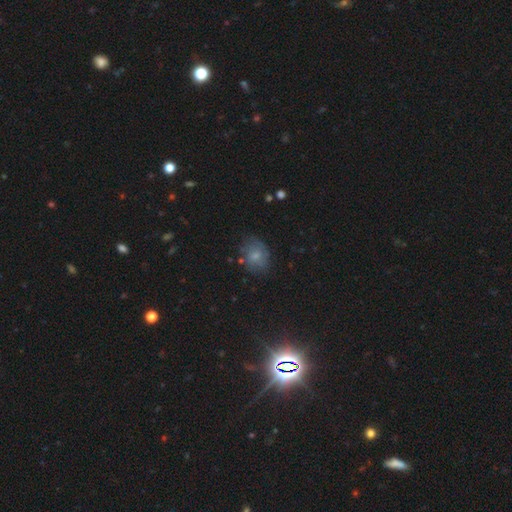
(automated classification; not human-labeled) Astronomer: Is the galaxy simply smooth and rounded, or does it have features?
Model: smooth — 62%.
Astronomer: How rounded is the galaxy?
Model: in between — 51% (runner-up: round, 48%).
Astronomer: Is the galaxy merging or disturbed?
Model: none — 63%.